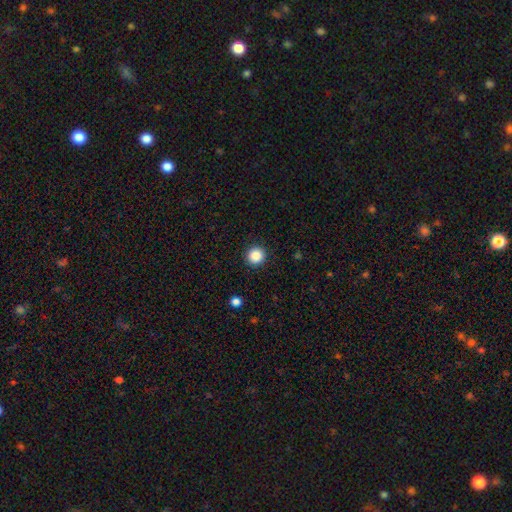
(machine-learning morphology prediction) A smooth galaxy with no disk features (87%) that is round (94%). Merging: none (92%).